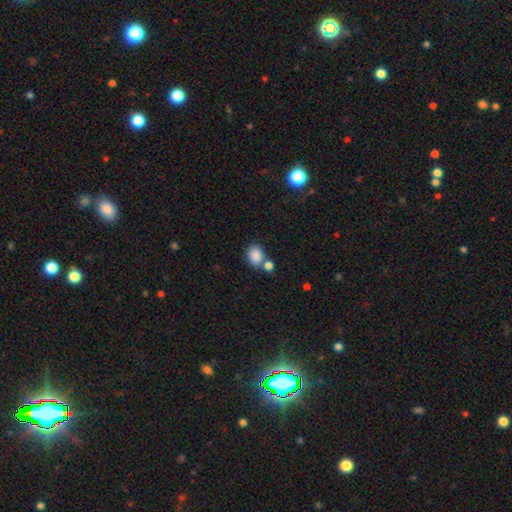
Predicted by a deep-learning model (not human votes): smooth_or_featured: smooth (p=0.86) [alt: star or artifact p=0.09]
how_rounded: in between (p=0.59) [alt: round p=0.39]
merging: none (p=0.57) [alt: merger p=0.28]